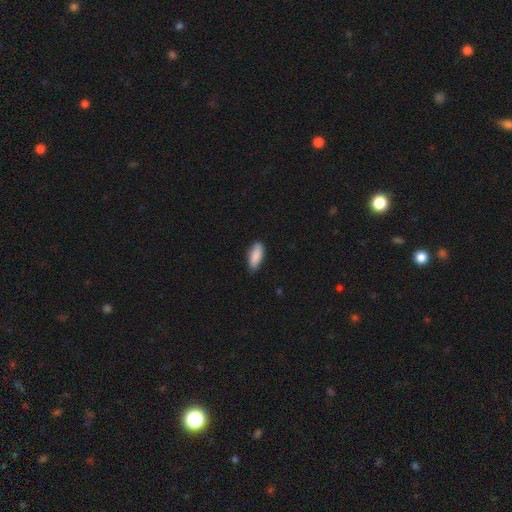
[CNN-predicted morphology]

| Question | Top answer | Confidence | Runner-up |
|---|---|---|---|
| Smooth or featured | smooth | 88% | featured or disk (6%) |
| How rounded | in between | 81% | cigar-shaped (17%) |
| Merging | none | 77% | minor disturbance (19%) |